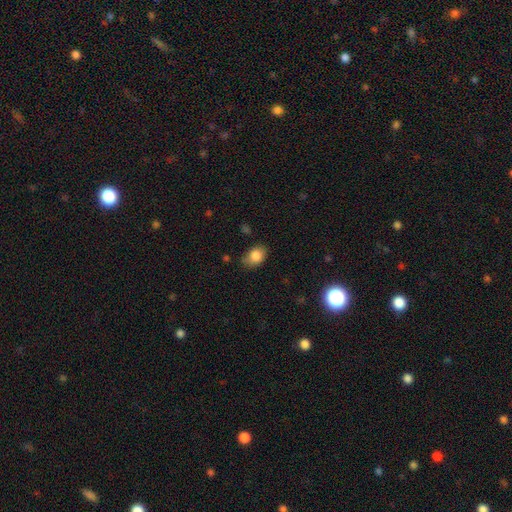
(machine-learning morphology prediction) smooth 84%, star or artifact 9%, featured or disk 7%. Down the decision tree: how rounded — in between (75%); merging — none (73%).